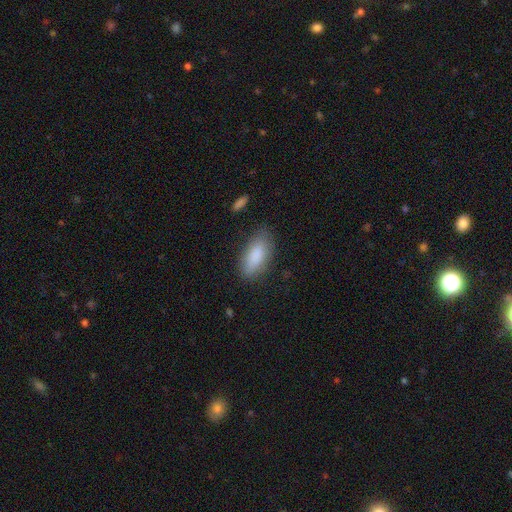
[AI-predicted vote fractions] This is clearly a smooth galaxy (87%). How rounded: clearly in between (86%). Merging: likely none (79%).